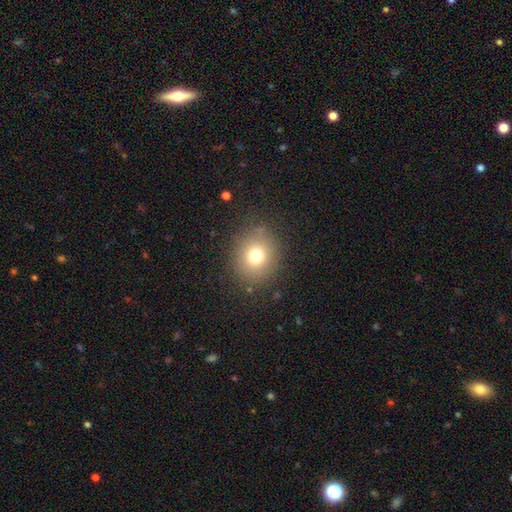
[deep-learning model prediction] This appears to be a smooth galaxy with no disk features (74%) that is round (80%). Merging: none (85%).